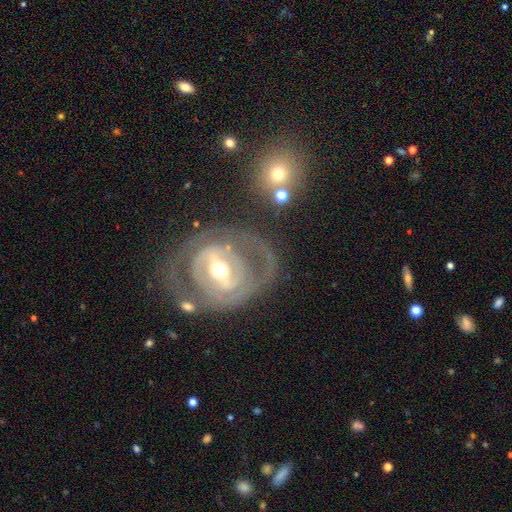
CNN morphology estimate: smooth_or_featured: featured or disk (p=0.80) [alt: smooth p=0.12]
disk_edge_on: no (p=0.94) [alt: yes p=0.06]
bar: strong (p=0.41) [alt: weak p=0.37]
has_spiral_arms: yes (p=0.69) [alt: no p=0.31]
spiral_winding: tight (p=0.57) [alt: medium p=0.31]
spiral_arm_count: 2 (p=0.50) [alt: can't tell p=0.30]
bulge_size: moderate (p=0.55) [alt: small p=0.38]
merging: none (p=0.63) [alt: minor disturbance p=0.16]